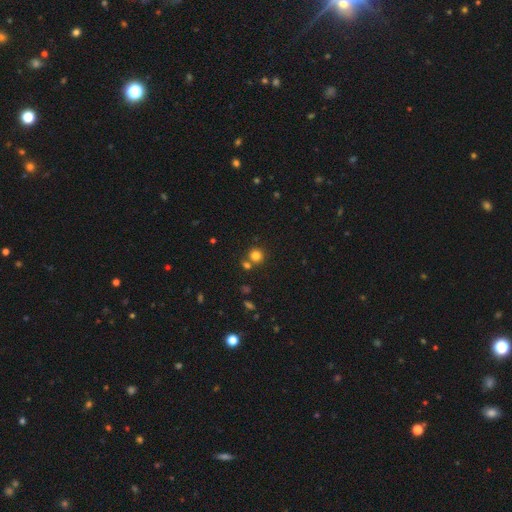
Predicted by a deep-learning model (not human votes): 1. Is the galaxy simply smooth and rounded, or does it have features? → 79% smooth, 14% star or artifact, 6% featured or disk.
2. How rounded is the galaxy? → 92% round, 8% in between, 1% cigar-shaped.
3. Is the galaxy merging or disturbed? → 69% none, 20% merger, 8% minor disturbance, 3% major disturbance.